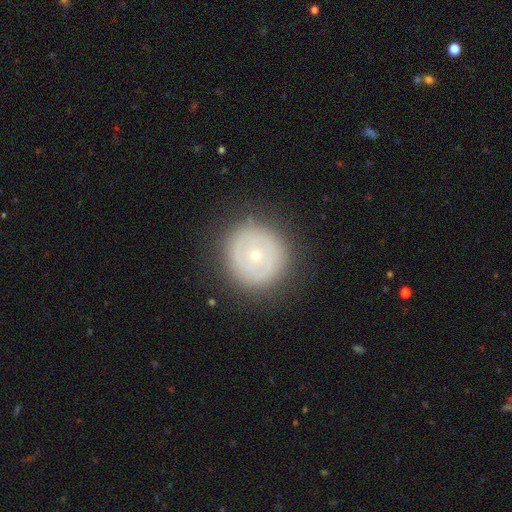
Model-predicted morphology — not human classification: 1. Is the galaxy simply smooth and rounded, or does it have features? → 53% featured or disk, 41% smooth, 7% star or artifact.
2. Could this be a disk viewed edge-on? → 96% no, 4% yes.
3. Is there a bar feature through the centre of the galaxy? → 86% no, 11% weak, 3% strong.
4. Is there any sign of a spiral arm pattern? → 69% no, 31% yes.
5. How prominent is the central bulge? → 61% small, 35% moderate, 2% large, 1% none, 1% dominant.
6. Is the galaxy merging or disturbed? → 86% none, 10% minor disturbance, 4% major disturbance, 1% merger.